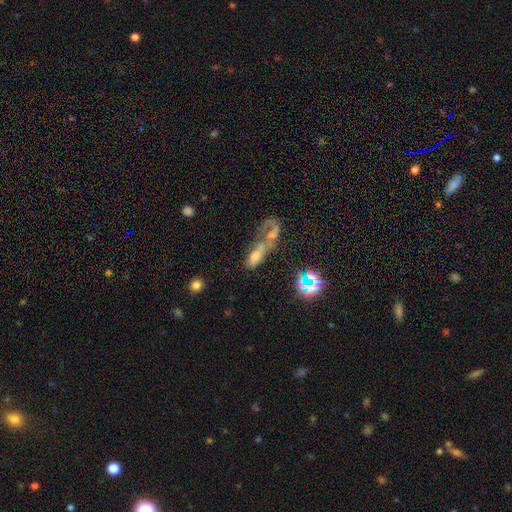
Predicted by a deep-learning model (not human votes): This is marginally a smooth galaxy (42%). Merging: likely merger (64%).